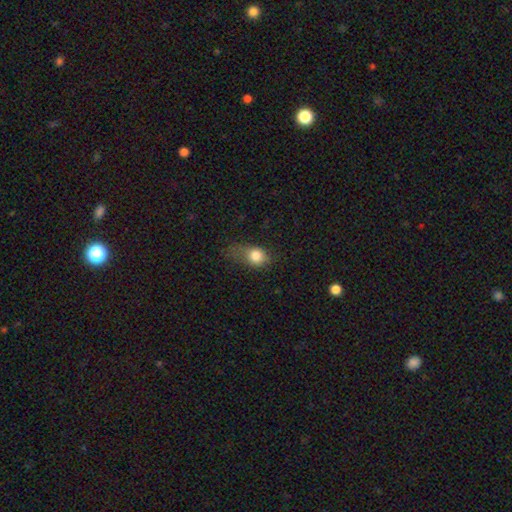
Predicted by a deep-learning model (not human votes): smooth_or_featured: smooth (p=0.80) [alt: featured or disk p=0.11]
how_rounded: in between (p=0.58) [alt: round p=0.39]
merging: minor disturbance (p=0.35) [alt: major disturbance p=0.32]